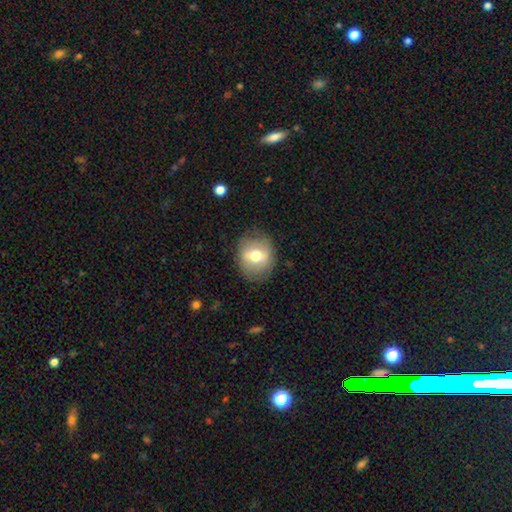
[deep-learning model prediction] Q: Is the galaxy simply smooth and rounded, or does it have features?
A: smooth — 56%.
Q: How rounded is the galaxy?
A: round — 73%.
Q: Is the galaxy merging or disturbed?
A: none — 81%.